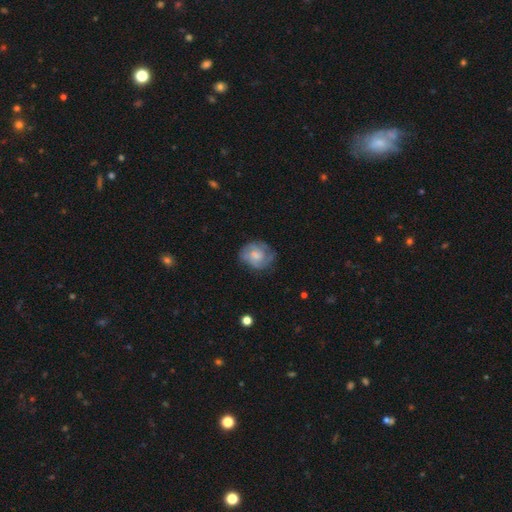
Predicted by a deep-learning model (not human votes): This appears to be a featured or disk galaxy (60%) with no bar (65%), spiral arms (85%) and a moderate central bulge (41%). Merging: none (66%).